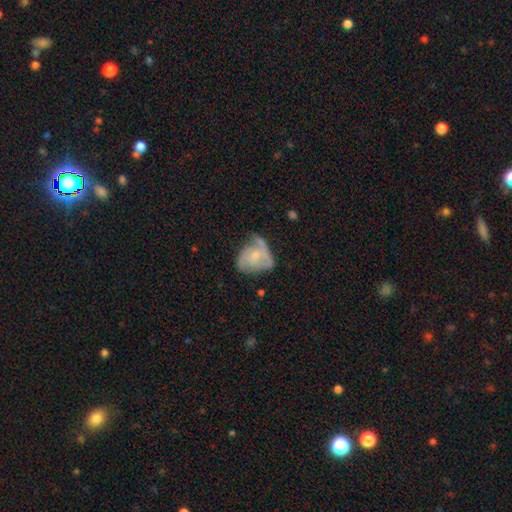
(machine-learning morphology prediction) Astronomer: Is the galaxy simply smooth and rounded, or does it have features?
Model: featured or disk — 61%.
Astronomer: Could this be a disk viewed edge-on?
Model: no — 97%.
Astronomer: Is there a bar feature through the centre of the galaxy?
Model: no — 77%.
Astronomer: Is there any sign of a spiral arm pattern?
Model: yes — 68%.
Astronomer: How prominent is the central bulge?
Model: small — 56% (runner-up: moderate, 34%).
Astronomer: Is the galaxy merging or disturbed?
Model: none — 35% (runner-up: minor disturbance, 32%).